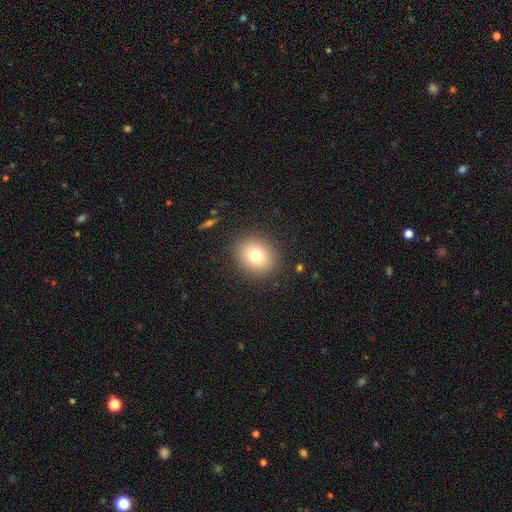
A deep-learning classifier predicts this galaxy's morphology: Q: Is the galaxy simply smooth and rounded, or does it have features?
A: smooth — 77%.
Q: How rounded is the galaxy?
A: round — 74%.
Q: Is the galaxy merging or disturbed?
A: none — 88%.